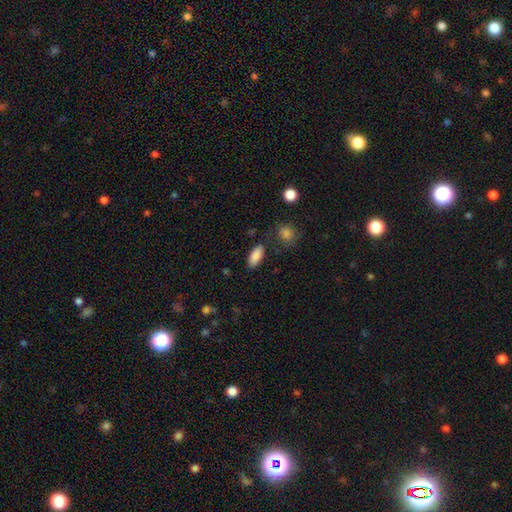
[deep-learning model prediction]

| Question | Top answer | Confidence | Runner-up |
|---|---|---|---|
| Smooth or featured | smooth | 88% | star or artifact (7%) |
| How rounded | in between | 86% | cigar-shaped (11%) |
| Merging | none | 81% | minor disturbance (13%) |